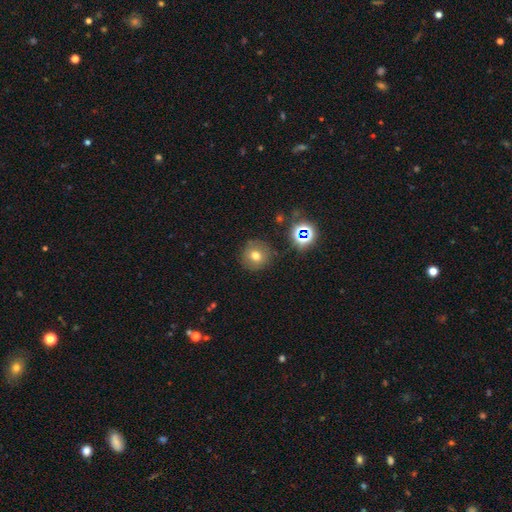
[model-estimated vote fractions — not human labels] smooth 68%, star or artifact 19%, featured or disk 14%. Down the decision tree: how rounded — round (92%); merging — none (83%).